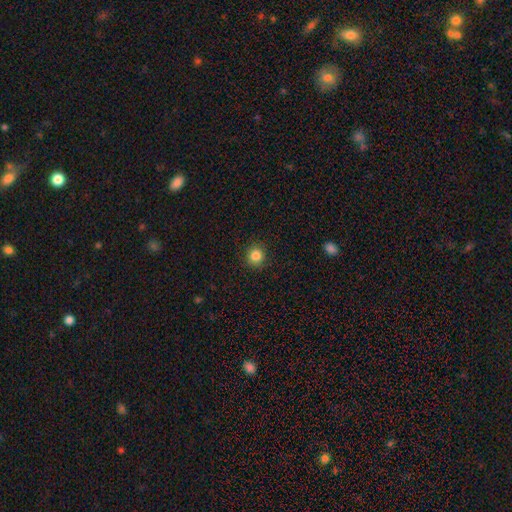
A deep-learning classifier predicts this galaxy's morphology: Overall: smooth (85%). How rounded: round (92%). Merging: none (91%).